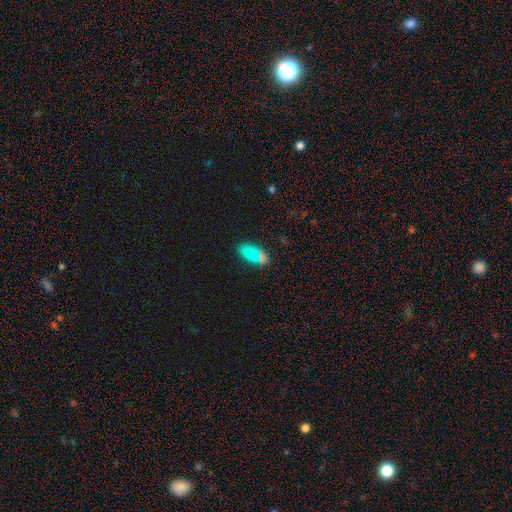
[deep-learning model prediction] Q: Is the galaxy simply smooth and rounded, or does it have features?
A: smooth — 72%.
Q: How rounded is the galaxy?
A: in between — 89%.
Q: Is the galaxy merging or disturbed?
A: none — 76%.